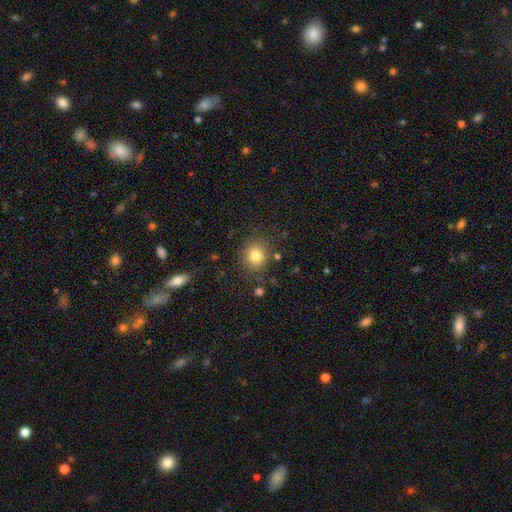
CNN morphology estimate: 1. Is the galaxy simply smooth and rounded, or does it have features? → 80% smooth, 12% star or artifact, 8% featured or disk.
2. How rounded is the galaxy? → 75% round, 24% in between, 1% cigar-shaped.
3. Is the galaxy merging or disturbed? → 83% none, 11% minor disturbance, 4% major disturbance, 3% merger.